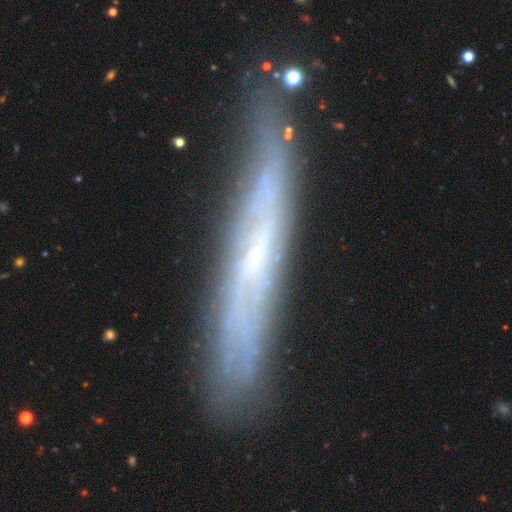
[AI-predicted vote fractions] This appears to be a featured or disk galaxy (64%) viewed edge-on (73%). Merging: none (77%).